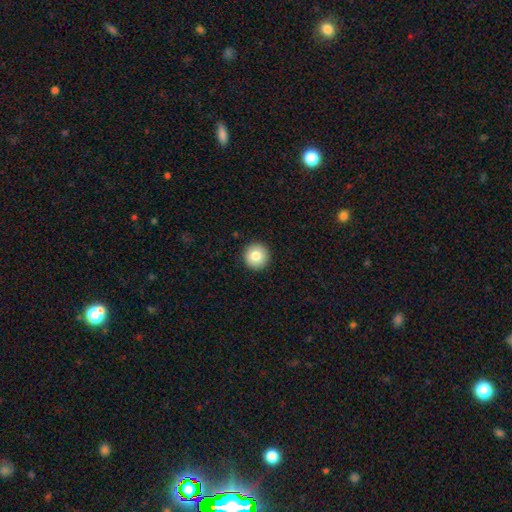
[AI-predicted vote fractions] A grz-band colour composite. It shows a smooth galaxy with no disk features (82%) that is round (96%). Merging: none (93%).